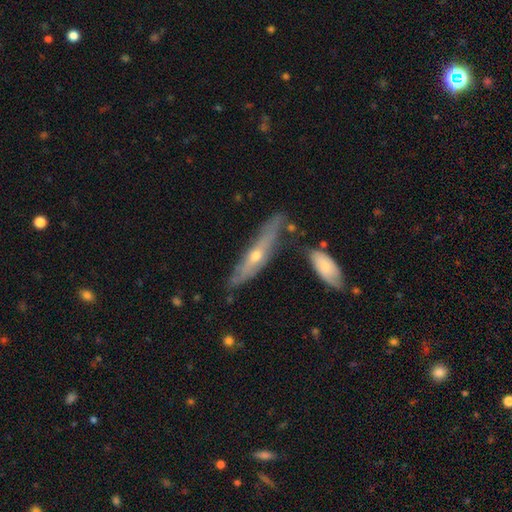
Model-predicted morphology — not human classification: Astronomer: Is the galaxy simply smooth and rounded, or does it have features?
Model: featured or disk — 67%.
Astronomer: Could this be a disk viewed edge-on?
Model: yes — 77%.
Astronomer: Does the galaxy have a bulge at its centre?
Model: rounded — 84%.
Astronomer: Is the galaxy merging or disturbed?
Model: none — 71%.